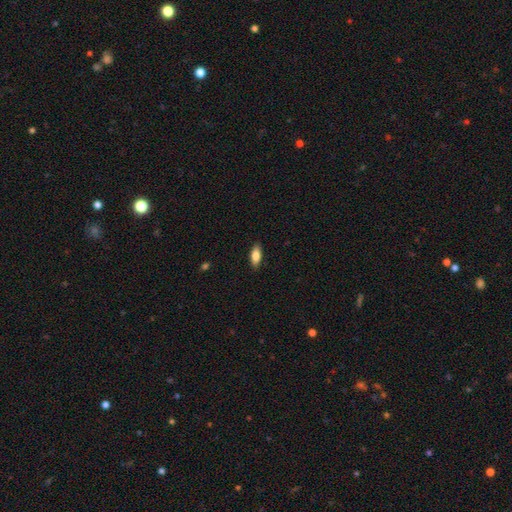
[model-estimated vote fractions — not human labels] The model was most divided on "how rounded": in between: 80%, cigar-shaped: 17%, round: 2%. More confident: merging — none (88%); smooth or featured — smooth (83%).